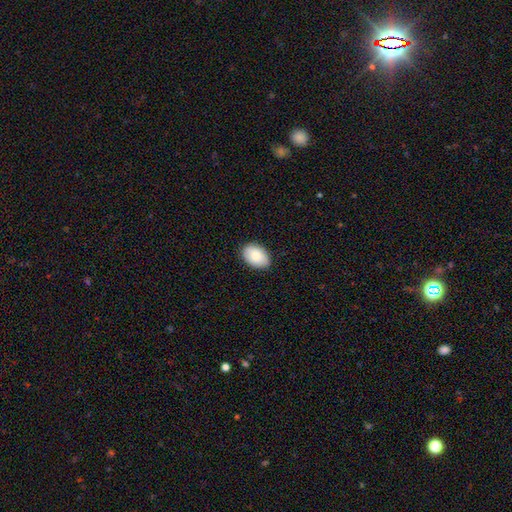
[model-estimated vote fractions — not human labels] The model was most divided on "smooth or featured": smooth: 82%, featured or disk: 11%, star or artifact: 7%. More confident: merging — none (87%); how rounded — in between (86%).